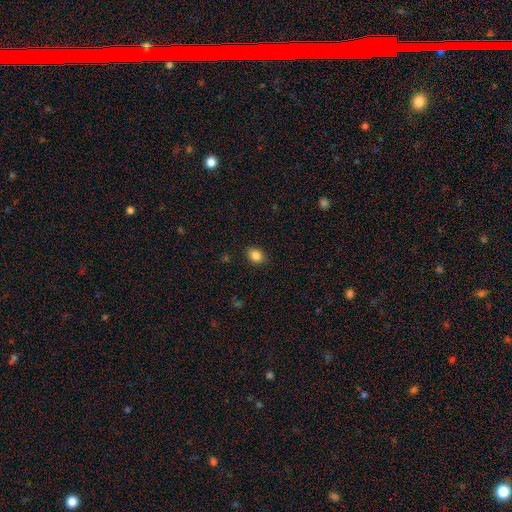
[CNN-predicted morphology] smooth 85%, star or artifact 9%, featured or disk 5%. Down the decision tree: how rounded — in between (65%); merging — none (87%).